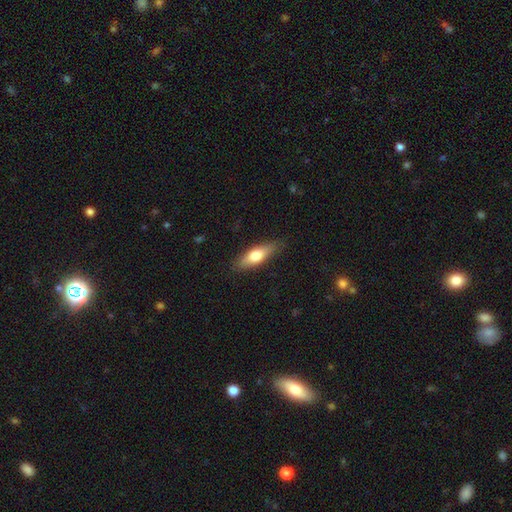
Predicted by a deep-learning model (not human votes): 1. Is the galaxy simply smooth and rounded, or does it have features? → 65% smooth, 29% featured or disk, 6% star or artifact.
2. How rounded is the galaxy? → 51% in between, 47% cigar-shaped, 3% round.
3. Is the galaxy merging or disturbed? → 85% none, 11% minor disturbance, 2% major disturbance, 1% merger.